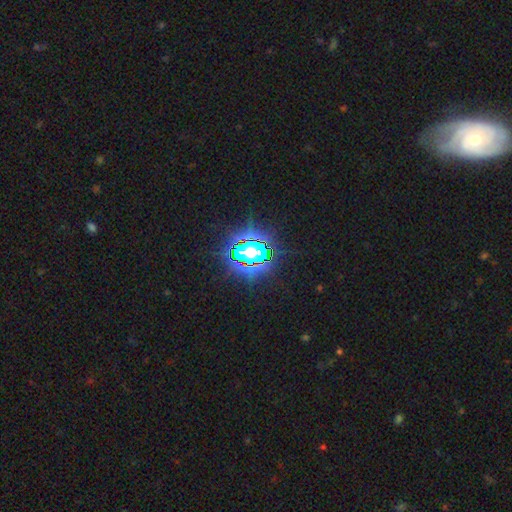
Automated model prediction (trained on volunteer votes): This appears to be a star or artifact, not a galaxy (81%).